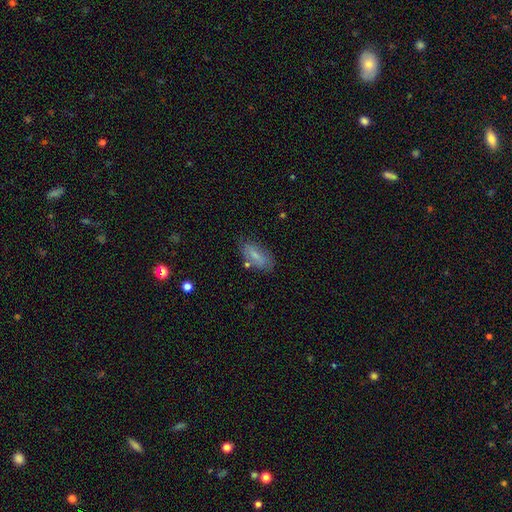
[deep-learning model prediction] smooth 70%, featured or disk 22%, star or artifact 8%. Down the decision tree: how rounded — in between (82%); merging — none (74%).